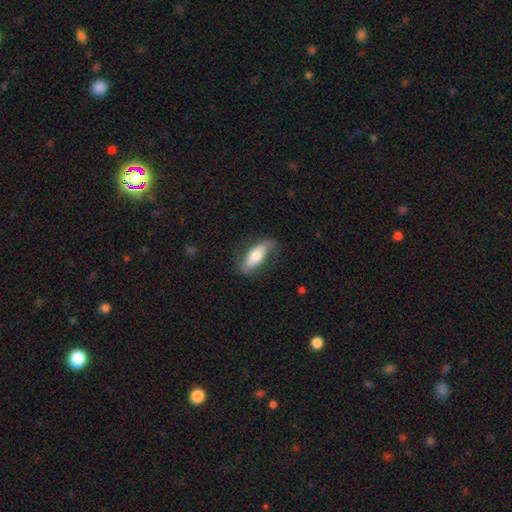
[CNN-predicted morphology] Smooth or featured: smooth — 52% (featured or disk — 43%)
How rounded: in between — 68% (cigar-shaped — 29%)
Merging: none — 69% (minor disturbance — 21%)